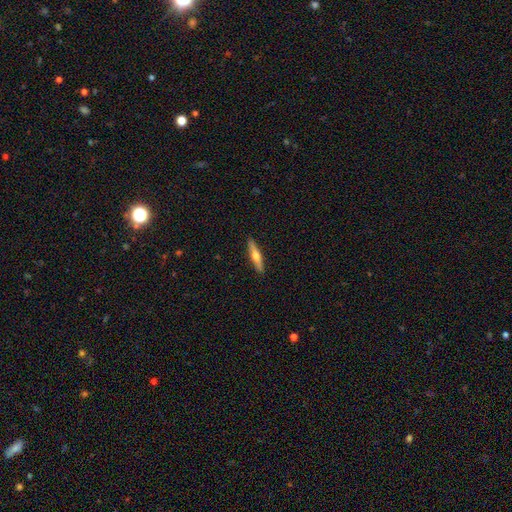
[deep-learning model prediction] Smooth or featured?
  - featured or disk: 50% *
  - smooth: 45%
  - star or artifact: 5%
Edge-on disk?
  - yes: 94% *
  - no: 6%
Merging?
  - none: 91% *
  - minor disturbance: 7%
  - major disturbance: 1%
  - merger: 1%